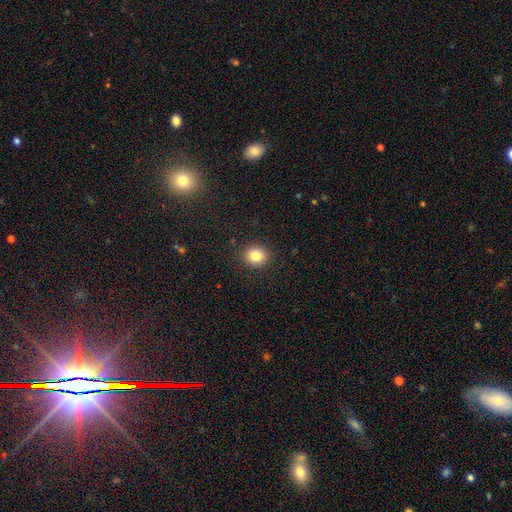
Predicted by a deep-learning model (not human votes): smooth-or-featured: smooth: 83% | star or artifact: 11% | featured or disk: 6%
  how-rounded: round: 75% | in between: 24% | cigar-shaped: 1%
  merging: none: 90% | minor disturbance: 7% | major disturbance: 2% | merger: 1%